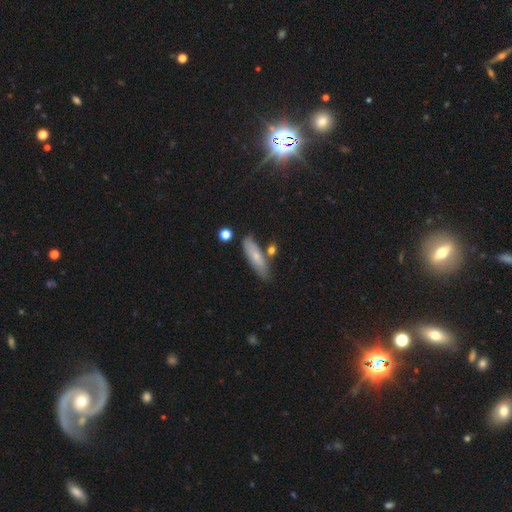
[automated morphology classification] Overall: smooth (69%). How rounded: cigar-shaped (62%; in between 35%). Merging: none (72%).